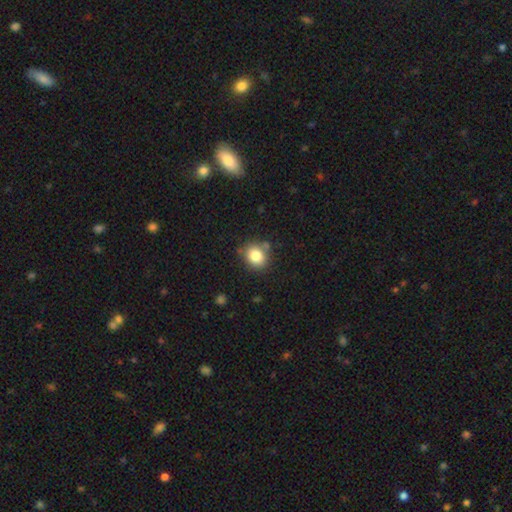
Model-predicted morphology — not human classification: Smooth or featured?
  - smooth: 82% *
  - star or artifact: 10%
  - featured or disk: 8%
How rounded?
  - round: 68% *
  - in between: 31%
  - cigar-shaped: 1%
Merging?
  - none: 78% *
  - minor disturbance: 13%
  - merger: 6%
  - major disturbance: 4%